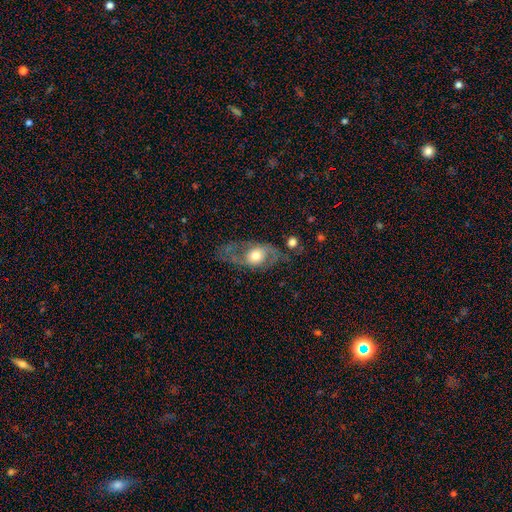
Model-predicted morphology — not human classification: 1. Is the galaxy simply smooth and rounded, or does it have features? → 61% featured or disk, 32% smooth, 7% star or artifact.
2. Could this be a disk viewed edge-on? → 87% no, 13% yes.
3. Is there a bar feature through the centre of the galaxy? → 78% no, 17% weak, 5% strong.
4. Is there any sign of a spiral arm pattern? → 61% yes, 39% no.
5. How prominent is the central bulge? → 58% moderate, 30% large, 7% small, 3% dominant, 1% none.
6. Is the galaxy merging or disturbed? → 48% none, 26% major disturbance, 21% minor disturbance, 5% merger.